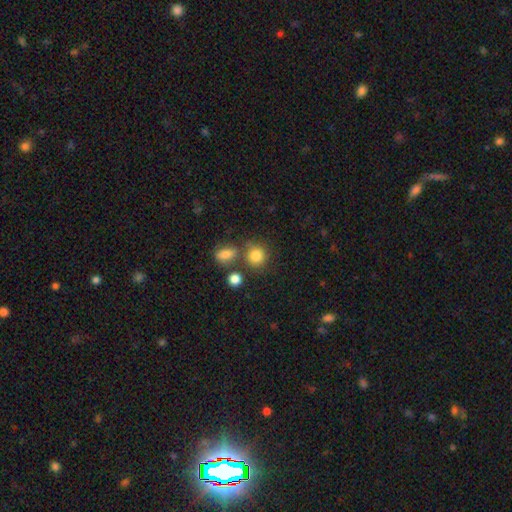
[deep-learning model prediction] Morphology: type=smooth (83%); roundness=round (84%); merging=none (69%).